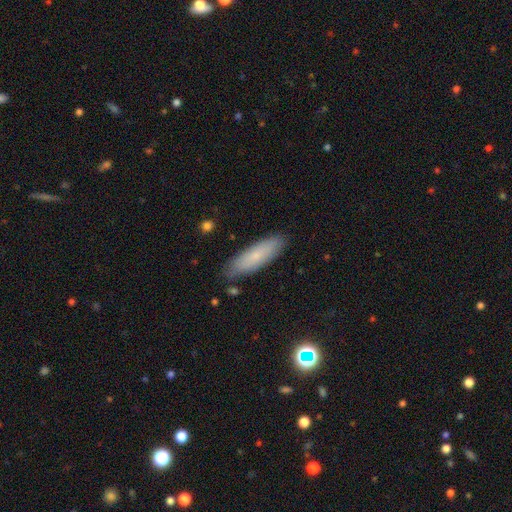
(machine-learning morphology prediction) smooth 73%, featured or disk 20%, star or artifact 7%. Down the decision tree: how rounded — cigar-shaped (59%); merging — none (84%).